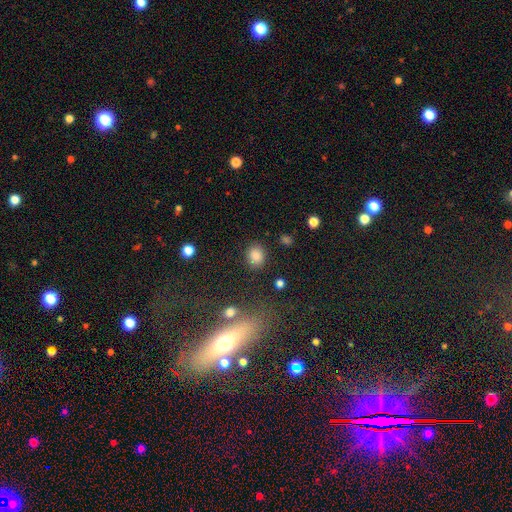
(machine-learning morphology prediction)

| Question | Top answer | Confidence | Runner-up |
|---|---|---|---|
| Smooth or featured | smooth | 85% | star or artifact (10%) |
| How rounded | round | 59% | in between (39%) |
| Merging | none | 84% | minor disturbance (9%) |